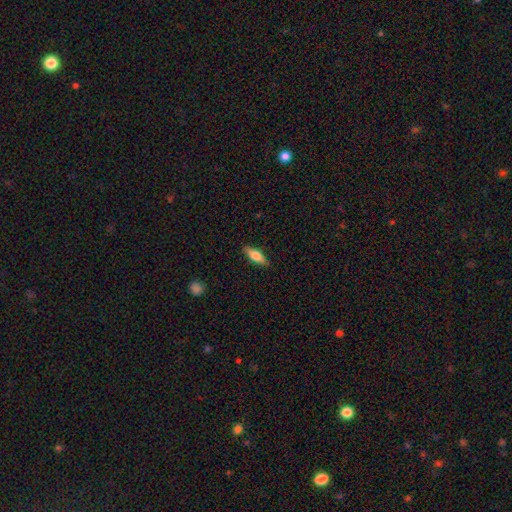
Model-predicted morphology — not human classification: This is likely a smooth galaxy (64%). How rounded: possibly in between (60%). Merging: clearly none (88%).